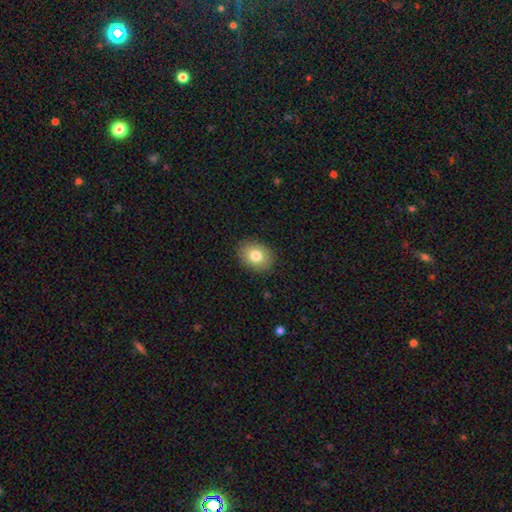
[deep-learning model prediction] Smooth or featured: smooth — 81% (featured or disk — 11%)
How rounded: in between — 61% (round — 38%)
Merging: none — 88% (minor disturbance — 9%)